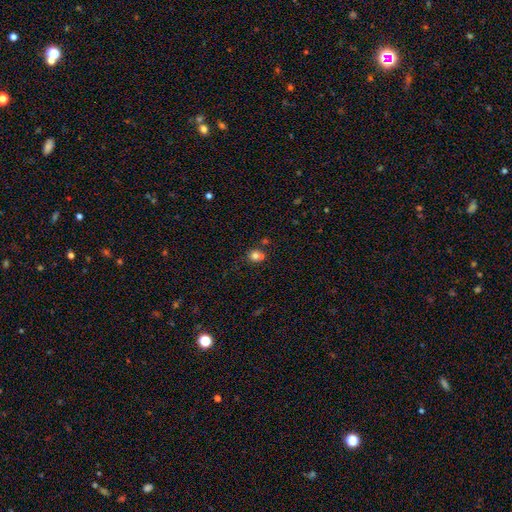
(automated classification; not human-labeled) Overall: smooth (74%). How rounded: round (85%). Merging: none (50%; merger 37%).